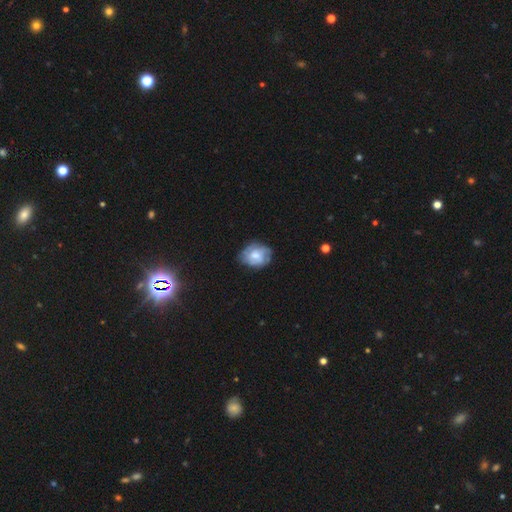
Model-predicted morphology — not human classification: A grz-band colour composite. It shows a smooth galaxy with no disk features (50%). Merging: none (63%).